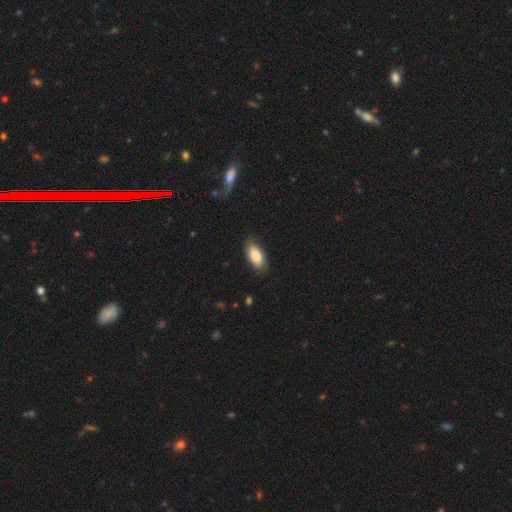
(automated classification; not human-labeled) smooth 82%, featured or disk 12%, star or artifact 6%. Down the decision tree: how rounded — in between (92%); merging — none (78%).